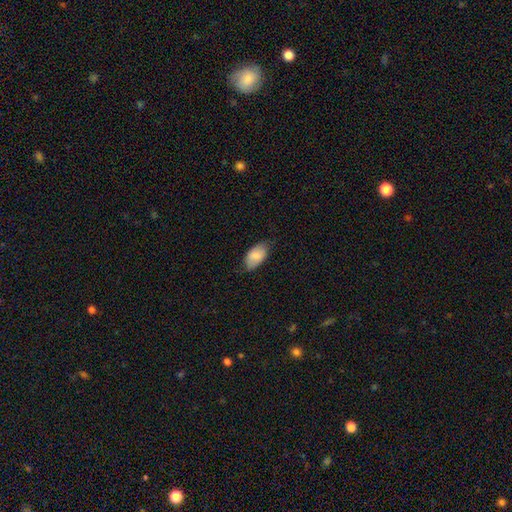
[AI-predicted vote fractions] Q: Smooth or featured?
A: smooth (81%); runner-up: featured or disk (12%)
Q: How rounded?
A: in between (93%); runner-up: round (5%)
Q: Merging?
A: none (68%); runner-up: minor disturbance (26%)